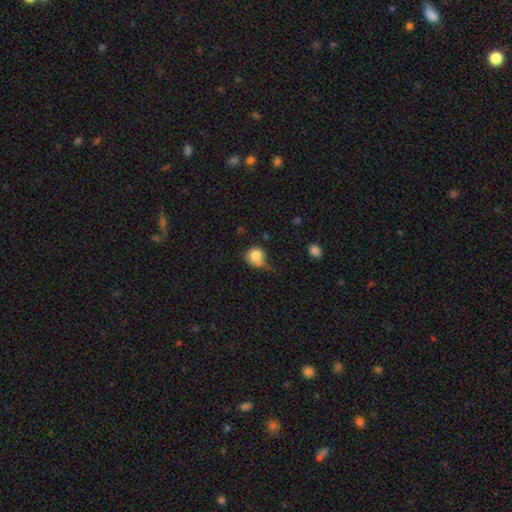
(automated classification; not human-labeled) Smooth or featured: smooth — 80% (featured or disk — 11%)
How rounded: round — 84% (in between — 15%)
Merging: none — 38% (minor disturbance — 37%)